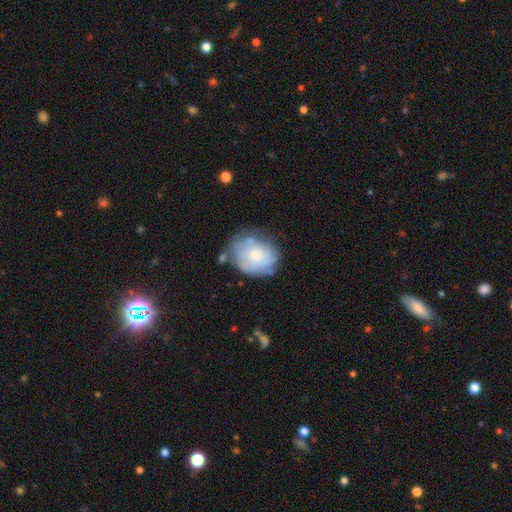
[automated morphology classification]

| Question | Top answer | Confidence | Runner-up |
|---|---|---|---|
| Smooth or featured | smooth | 52% | featured or disk (41%) |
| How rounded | round | 55% | in between (44%) |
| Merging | none | 56% | minor disturbance (27%) |